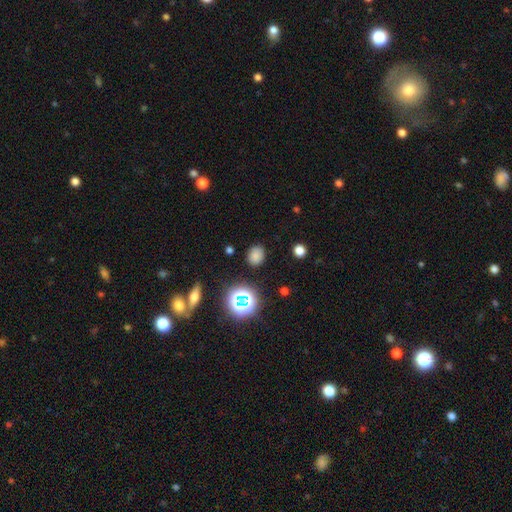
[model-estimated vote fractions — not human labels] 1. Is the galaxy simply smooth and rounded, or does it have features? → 74% smooth, 20% star or artifact, 6% featured or disk.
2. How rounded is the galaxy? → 61% round, 38% in between, 1% cigar-shaped.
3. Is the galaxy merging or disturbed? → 84% none, 11% minor disturbance, 3% major disturbance, 2% merger.